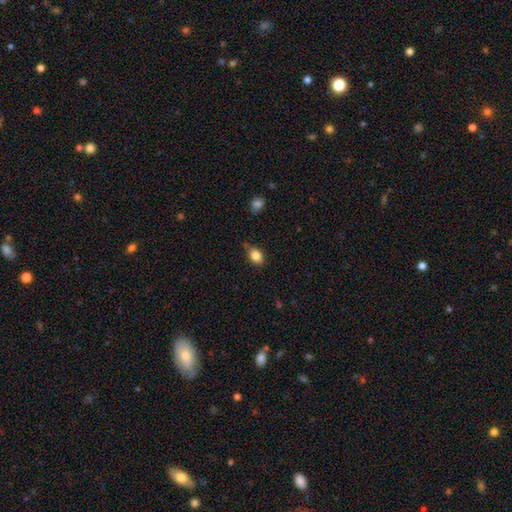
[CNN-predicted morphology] smooth_or_featured: smooth (p=0.85) [alt: star or artifact p=0.09]
how_rounded: in between (p=0.78) [alt: round p=0.21]
merging: none (p=0.77) [alt: minor disturbance p=0.17]